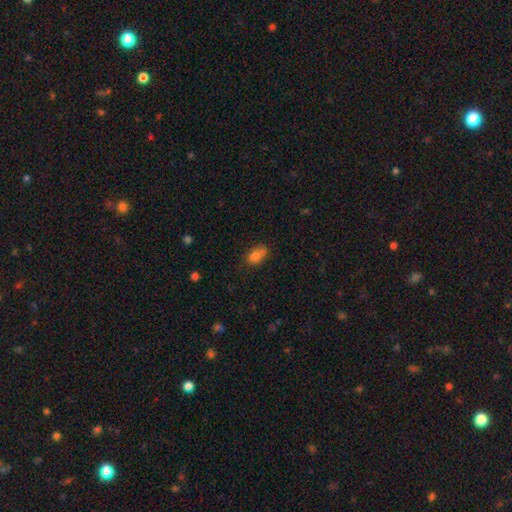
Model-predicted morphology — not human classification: Overall: smooth (81%). How rounded: in between (84%). Merging: none (55%; minor disturbance 26%).